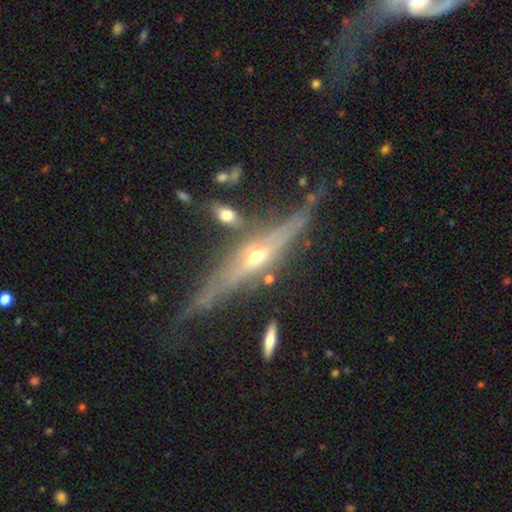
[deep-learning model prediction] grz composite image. It shows a featured or disk galaxy (79%) viewed edge-on (92%) with a rounded central bulge (88%). Merging: none (67%).